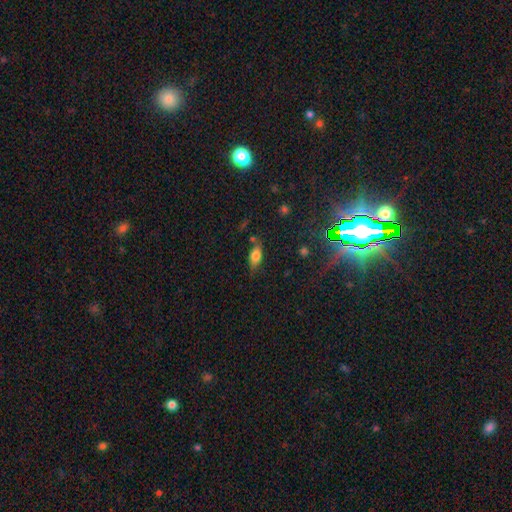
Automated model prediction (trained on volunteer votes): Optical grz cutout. It shows a smooth galaxy with no disk features (76%) that is in between round and cigar-shaped (84%). Merging: none (69%).